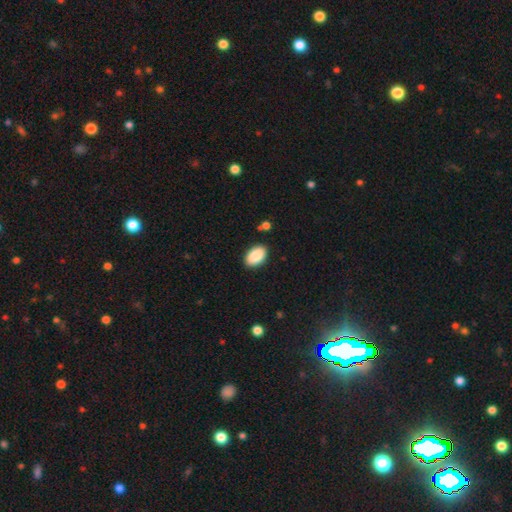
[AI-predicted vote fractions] Smooth or featured? Predicted: smooth (p=0.89). How rounded? Predicted: in between (p=0.93). Merging? Predicted: none (p=0.88).